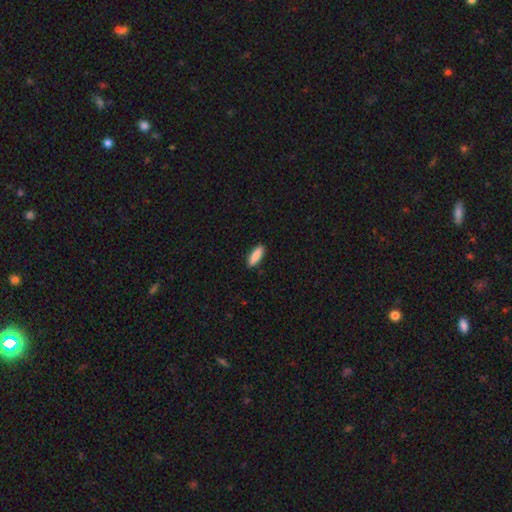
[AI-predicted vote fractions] Morphology: type=smooth (89%); roundness=in between (57%); merging=none (89%).